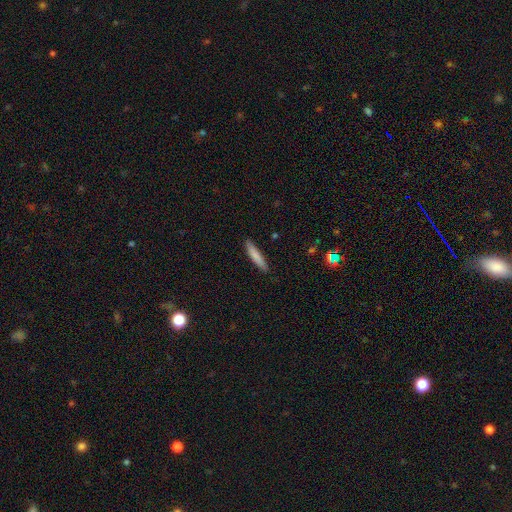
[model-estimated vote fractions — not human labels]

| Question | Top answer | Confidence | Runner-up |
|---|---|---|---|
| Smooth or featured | smooth | 80% | featured or disk (14%) |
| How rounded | cigar-shaped | 89% | in between (9%) |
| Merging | none | 88% | minor disturbance (9%) |